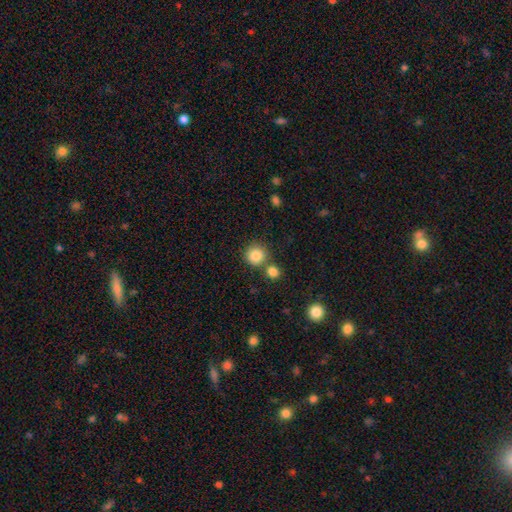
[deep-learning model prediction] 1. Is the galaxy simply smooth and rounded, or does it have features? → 85% smooth, 10% star or artifact, 5% featured or disk.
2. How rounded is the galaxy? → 92% round, 7% in between, 1% cigar-shaped.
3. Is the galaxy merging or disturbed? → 70% none, 19% merger, 9% minor disturbance, 3% major disturbance.